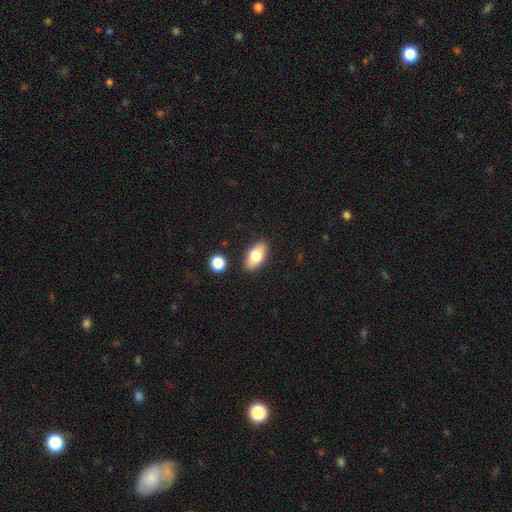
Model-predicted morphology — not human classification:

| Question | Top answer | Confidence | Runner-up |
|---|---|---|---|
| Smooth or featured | smooth | 76% | featured or disk (17%) |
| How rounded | in between | 91% | cigar-shaped (5%) |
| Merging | none | 86% | minor disturbance (9%) |